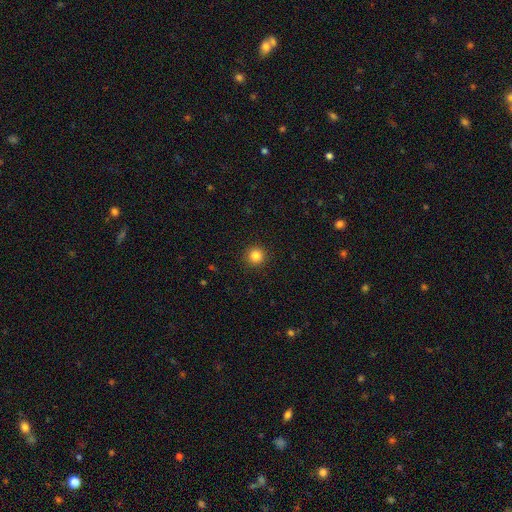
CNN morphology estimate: Smooth or featured? smooth (83%)
How rounded? round (95%)
Merging? none (92%)